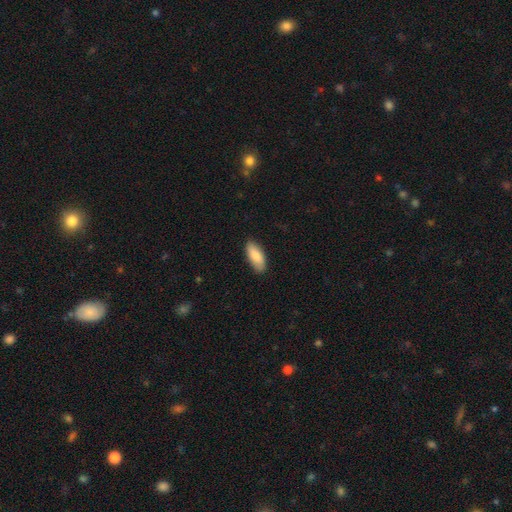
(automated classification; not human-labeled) Q: Smooth or featured?
A: smooth (84%); runner-up: featured or disk (11%)
Q: How rounded?
A: in between (82%); runner-up: cigar-shaped (16%)
Q: Merging?
A: none (86%); runner-up: minor disturbance (11%)